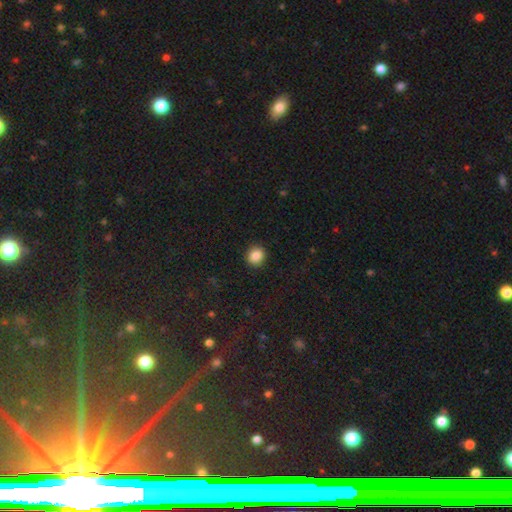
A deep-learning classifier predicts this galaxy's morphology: Smooth or featured? smooth (86%)
How rounded? round (83%)
Merging? none (91%)